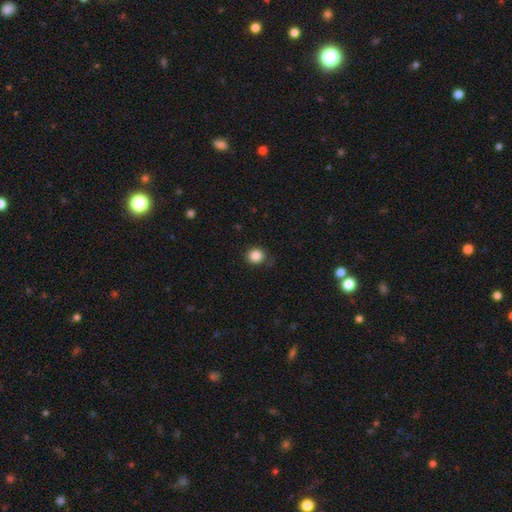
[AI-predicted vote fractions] Smooth or featured? smooth (86%)
How rounded? round (89%)
Merging? none (81%)